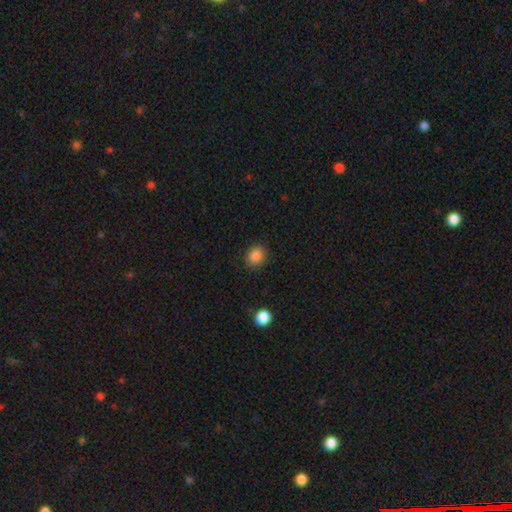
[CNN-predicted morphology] A smooth galaxy with no disk features (85%) that is round (59%). Merging: none (87%).